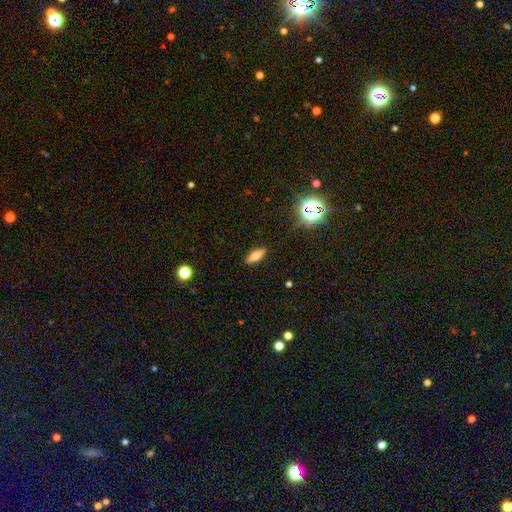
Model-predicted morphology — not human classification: smooth-or-featured: smooth: 61% | featured or disk: 28% | star or artifact: 12%
  how-rounded: in between: 61% | cigar-shaped: 35% | round: 4%
  merging: none: 87% | minor disturbance: 10% | major disturbance: 2% | merger: 1%